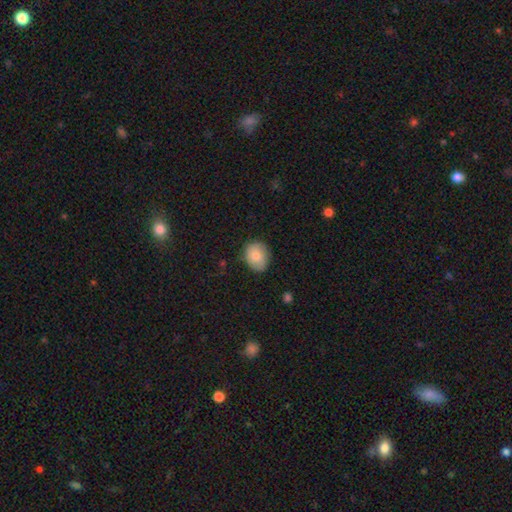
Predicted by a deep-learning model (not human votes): Q: Smooth or featured?
A: smooth (83%); runner-up: featured or disk (10%)
Q: How rounded?
A: round (50%); runner-up: in between (49%)
Q: Merging?
A: none (79%); runner-up: minor disturbance (17%)